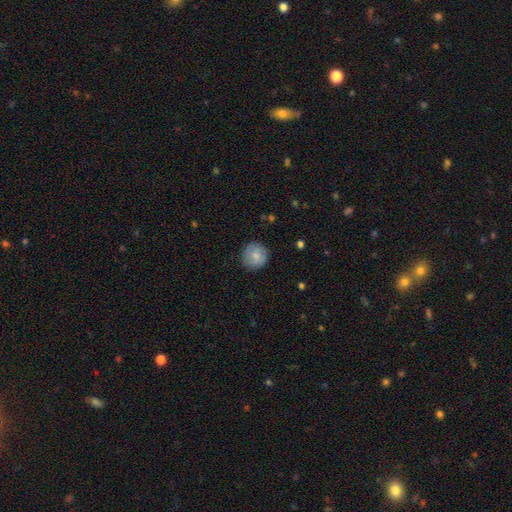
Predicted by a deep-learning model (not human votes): A smooth galaxy with no disk features (81%) that is round (93%).

Vote fractions:
- Smooth or featured? smooth: 81% / featured or disk: 12% / star or artifact: 7%
- How rounded? round: 93% / in between: 6% / cigar-shaped: 1%
- Merging? none: 84% / minor disturbance: 12% / major disturbance: 3% / merger: 1%